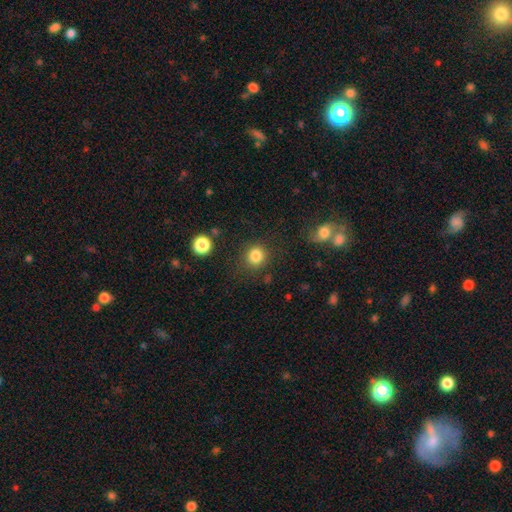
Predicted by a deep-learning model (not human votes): smooth_or_featured: smooth (p=0.84) [alt: star or artifact p=0.11]
how_rounded: round (p=0.87) [alt: in between p=0.12]
merging: none (p=0.86) [alt: minor disturbance p=0.08]